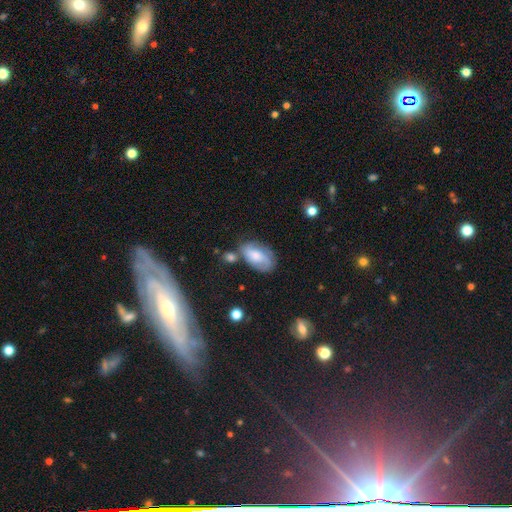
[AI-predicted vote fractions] Smooth or featured? smooth (51%)
How rounded? in between (90%)
Merging? none (56%)